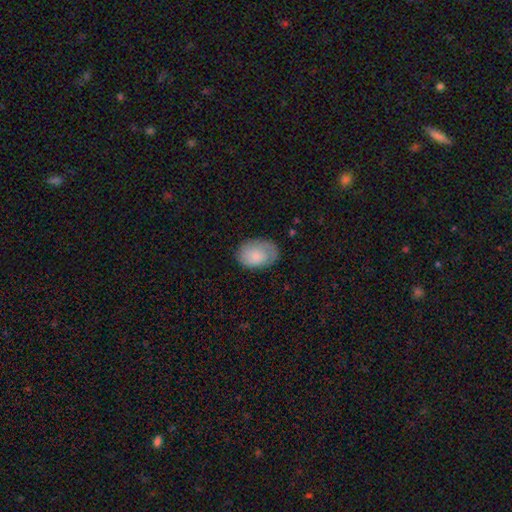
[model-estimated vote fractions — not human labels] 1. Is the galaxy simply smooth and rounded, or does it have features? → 73% smooth, 20% featured or disk, 7% star or artifact.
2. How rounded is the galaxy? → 78% in between, 21% round, 1% cigar-shaped.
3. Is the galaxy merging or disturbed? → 72% none, 21% minor disturbance, 6% major disturbance, 1% merger.